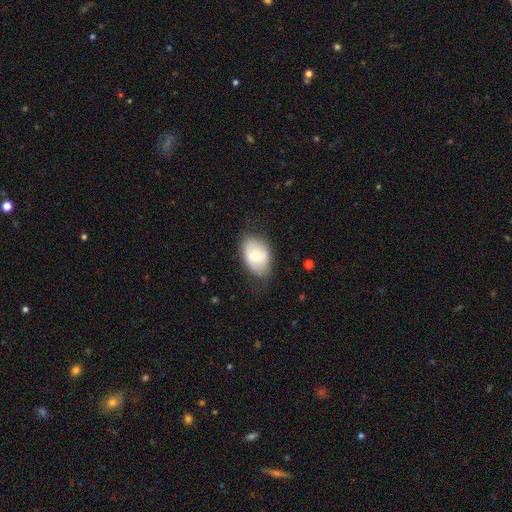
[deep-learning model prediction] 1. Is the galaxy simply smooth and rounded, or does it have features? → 65% smooth, 28% featured or disk, 7% star or artifact.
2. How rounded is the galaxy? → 86% in between, 13% round, 1% cigar-shaped.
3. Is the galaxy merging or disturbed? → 70% none, 23% minor disturbance, 6% major disturbance, 1% merger.